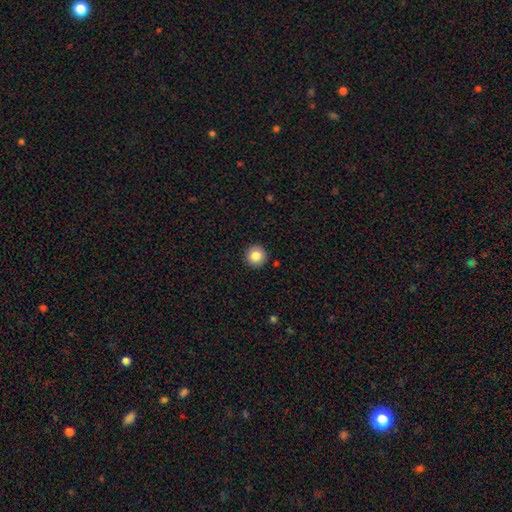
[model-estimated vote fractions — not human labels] A smooth galaxy with no disk features (85%) that is round (95%). Merging: none (92%).